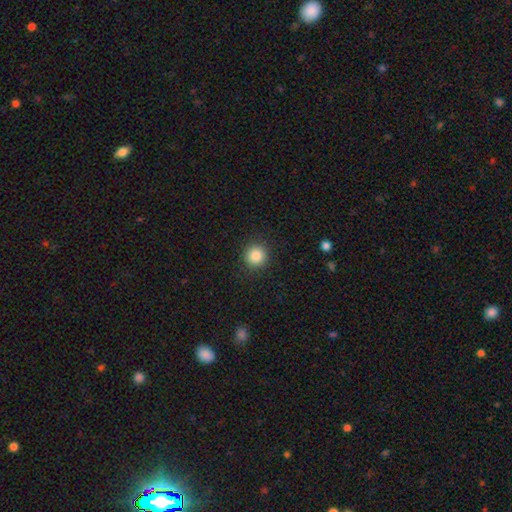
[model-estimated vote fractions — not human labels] This is clearly a smooth galaxy (85%). How rounded: clearly round (94%). Merging: clearly none (92%).